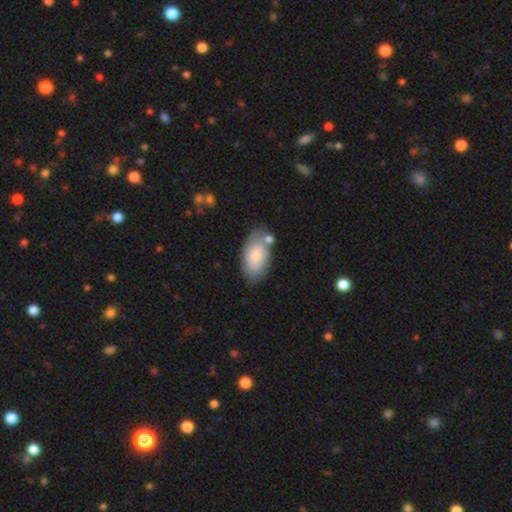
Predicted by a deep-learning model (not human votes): A smooth galaxy with no disk features (76%) that is in between round and cigar-shaped (94%). Merging: none (64%).